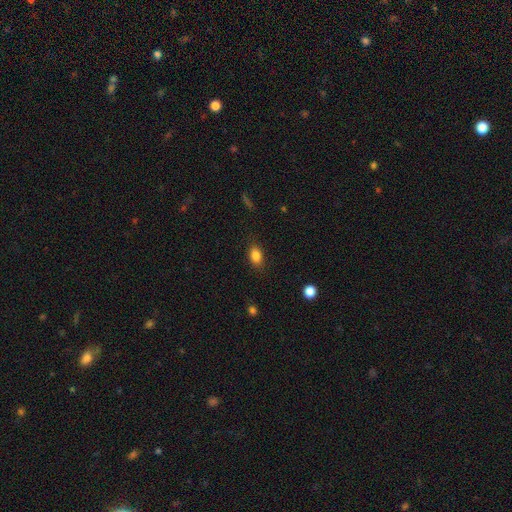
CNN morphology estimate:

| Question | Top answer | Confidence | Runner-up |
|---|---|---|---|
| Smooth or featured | smooth | 85% | star or artifact (10%) |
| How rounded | in between | 80% | round (17%) |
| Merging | none | 85% | minor disturbance (11%) |